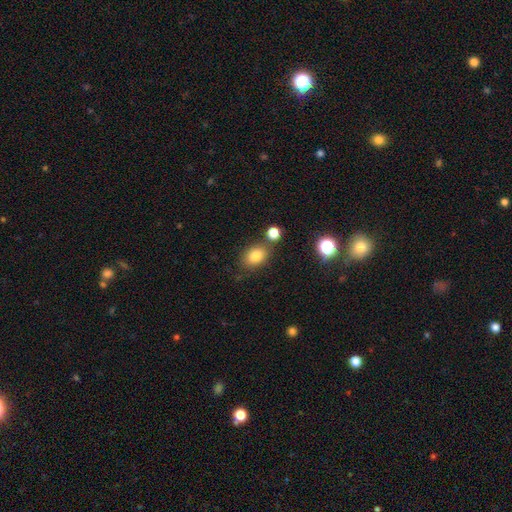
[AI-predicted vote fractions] smooth_or_featured: smooth (p=0.81) [alt: star or artifact p=0.11]
how_rounded: in between (p=0.69) [alt: round p=0.30]
merging: none (p=0.70) [alt: minor disturbance p=0.14]